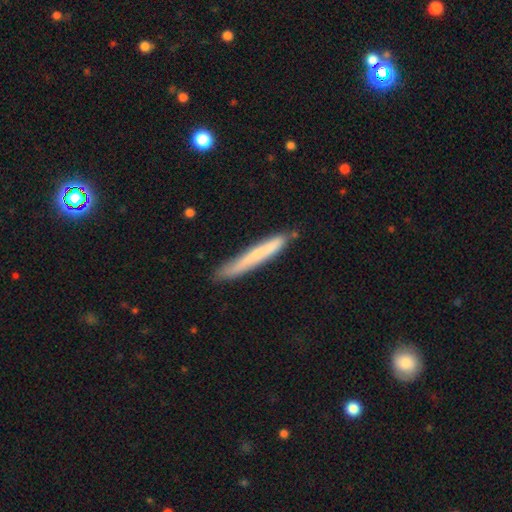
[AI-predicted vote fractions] smooth_or_featured: smooth (p=0.64) [alt: featured or disk p=0.30]
how_rounded: cigar-shaped (p=0.96) [alt: in between p=0.03]
merging: none (p=0.78) [alt: minor disturbance p=0.17]